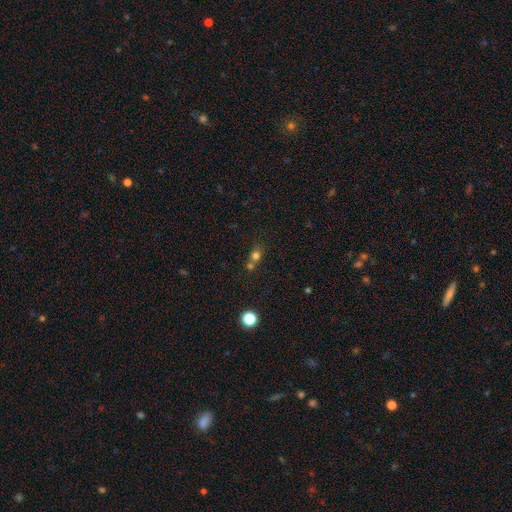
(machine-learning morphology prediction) Smooth or featured? Predicted: smooth (p=0.73). How rounded? Predicted: round (p=0.75). Merging? Predicted: none (p=0.46).